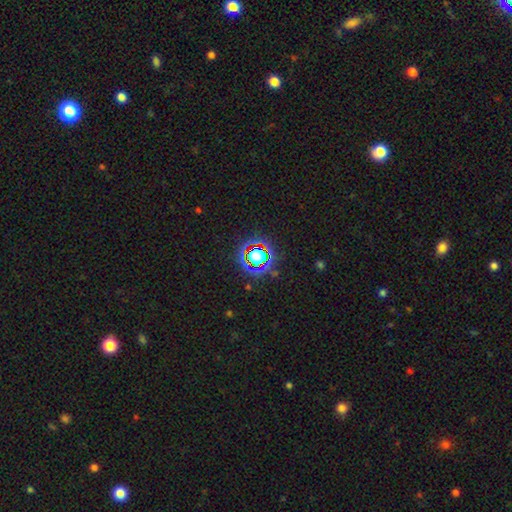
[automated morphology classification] A star or artifact, not a galaxy (65%).

Vote fractions:
- Smooth or featured? star or artifact: 65% / smooth: 23% / featured or disk: 12%